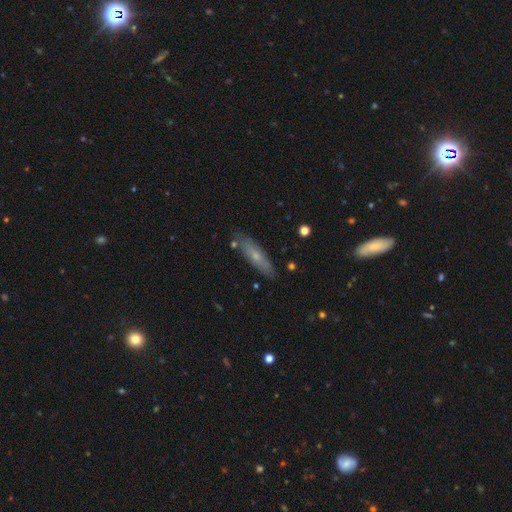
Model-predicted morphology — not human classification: Smooth or featured? smooth (54%)
How rounded? cigar-shaped (73%)
Merging? none (81%)